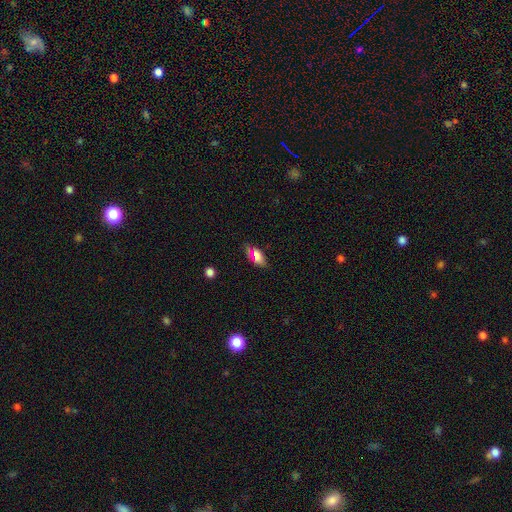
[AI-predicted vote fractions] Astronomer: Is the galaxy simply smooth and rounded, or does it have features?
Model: smooth — 65%.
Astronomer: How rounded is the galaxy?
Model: in between — 81%.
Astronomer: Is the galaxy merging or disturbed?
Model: none — 78%.